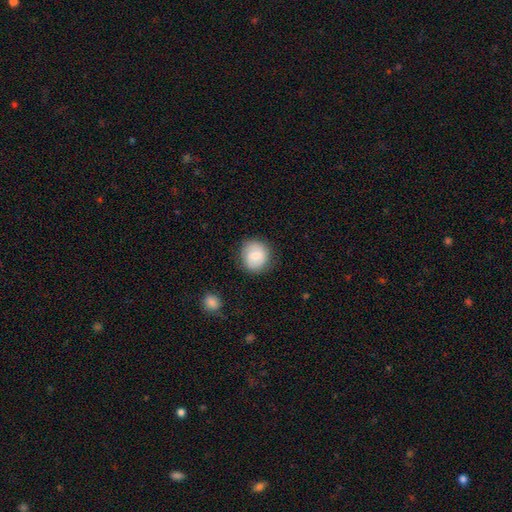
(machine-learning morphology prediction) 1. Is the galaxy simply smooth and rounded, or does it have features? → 71% smooth, 21% featured or disk, 7% star or artifact.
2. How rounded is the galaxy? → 85% round, 14% in between, 1% cigar-shaped.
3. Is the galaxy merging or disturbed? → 82% none, 13% minor disturbance, 3% major disturbance, 1% merger.